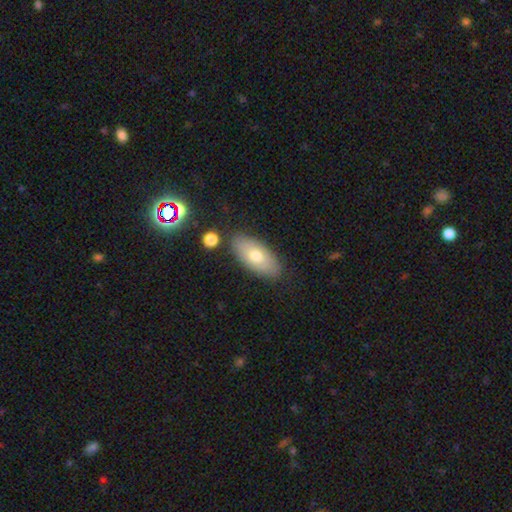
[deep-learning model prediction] The model was most divided on "smooth or featured": smooth: 70%, featured or disk: 23%, star or artifact: 7%. More confident: how rounded — in between (89%); merging — none (83%).